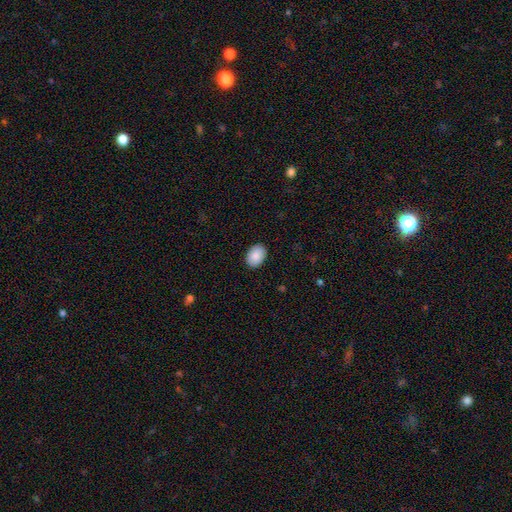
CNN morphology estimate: Smooth or featured? smooth (87%)
How rounded? in between (79%)
Merging? none (89%)